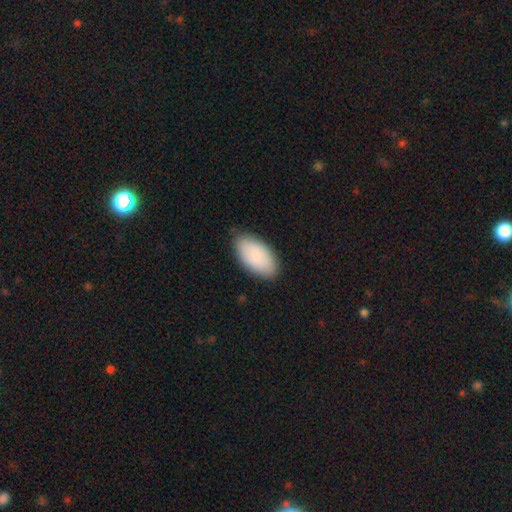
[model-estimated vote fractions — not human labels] Morphology: type=smooth (87%); roundness=in between (96%); merging=none (83%).